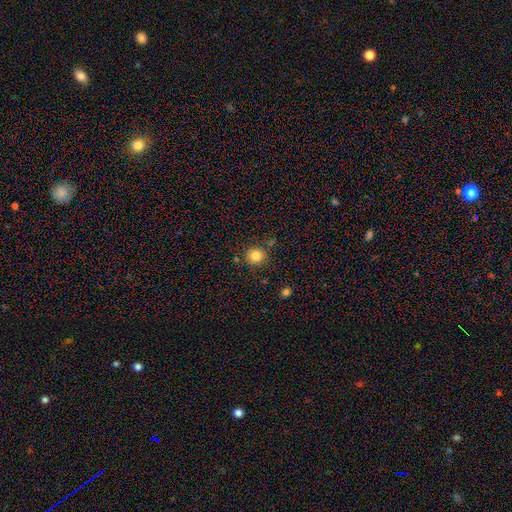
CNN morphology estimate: This is clearly a smooth galaxy (83%). How rounded: clearly round (92%). Merging: clearly none (84%).